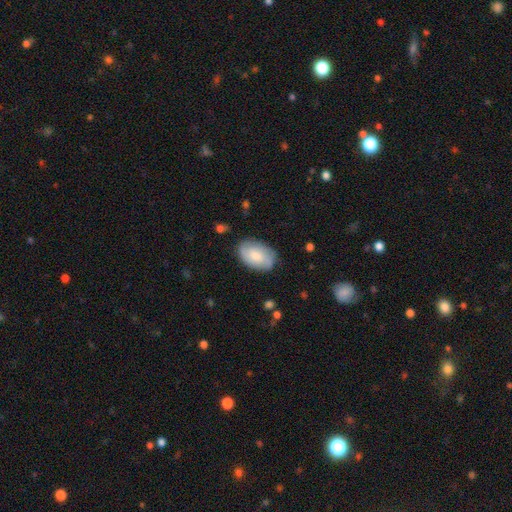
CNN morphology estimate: This is likely a smooth galaxy (61%). How rounded: clearly in between (90%). Merging: likely none (76%).